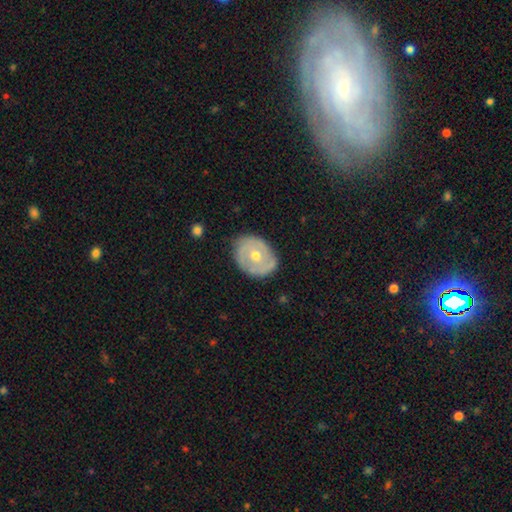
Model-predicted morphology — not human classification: Smooth or featured? featured or disk (57%)
Edge-on disk? no (94%)
Bar? no (84%)
Spiral arms? no (63%)
Bulge size? moderate (68%)
Merging? none (78%)